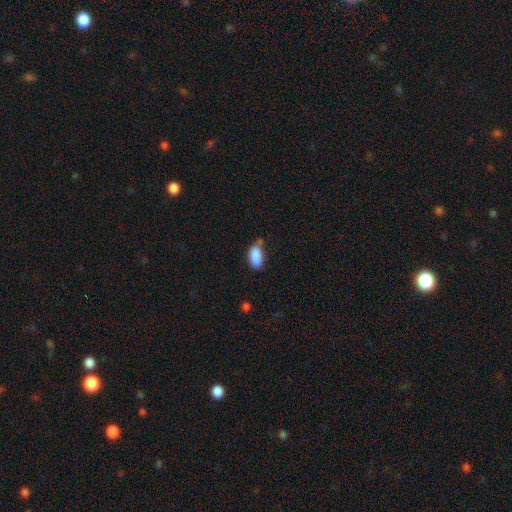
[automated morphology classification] type=smooth (88%); roundness=in between (91%); merging=none (55%).